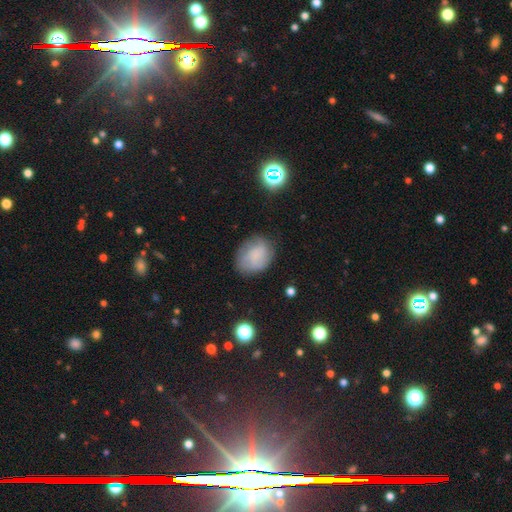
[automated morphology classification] Smooth or featured?
  - smooth: 58% *
  - featured or disk: 31%
  - star or artifact: 11%
How rounded?
  - in between: 59% *
  - round: 40%
  - cigar-shaped: 1%
Merging?
  - none: 66% *
  - minor disturbance: 23%
  - major disturbance: 9%
  - merger: 2%